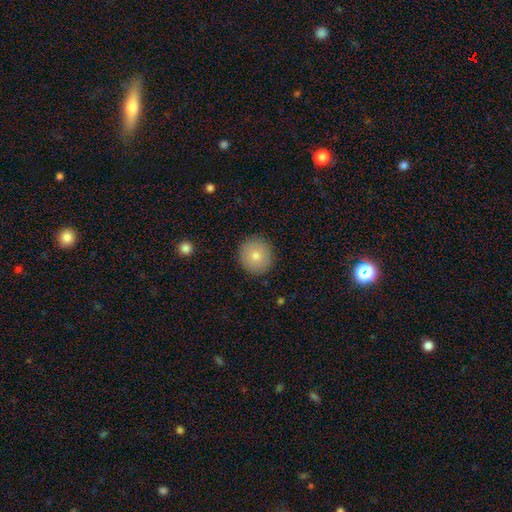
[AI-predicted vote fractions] The model was most divided on "smooth or featured": smooth: 79%, featured or disk: 13%, star or artifact: 8%. More confident: how rounded — round (92%); merging — none (90%).